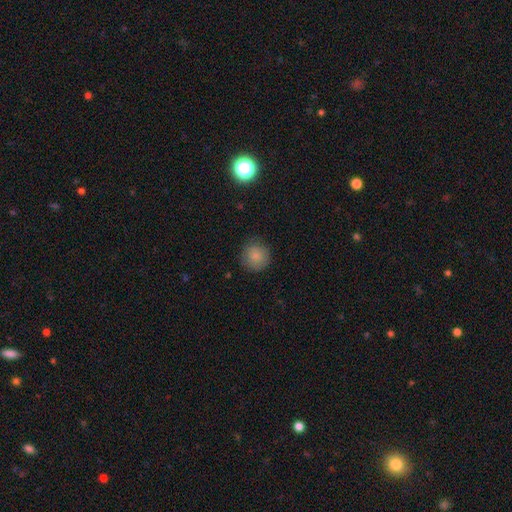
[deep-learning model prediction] Smooth or featured? smooth (85%)
How rounded? round (93%)
Merging? none (85%)